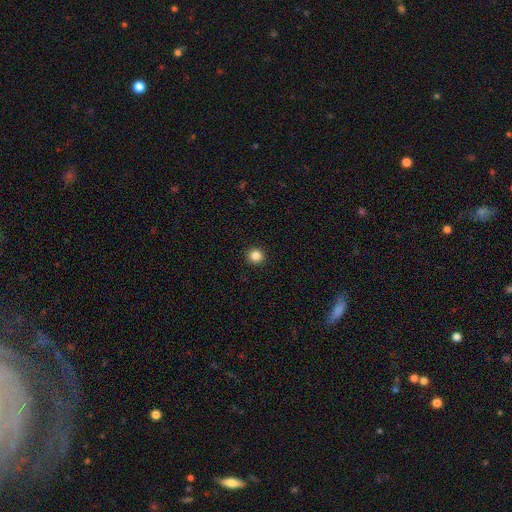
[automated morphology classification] type=smooth (86%); roundness=round (93%); merging=none (93%).